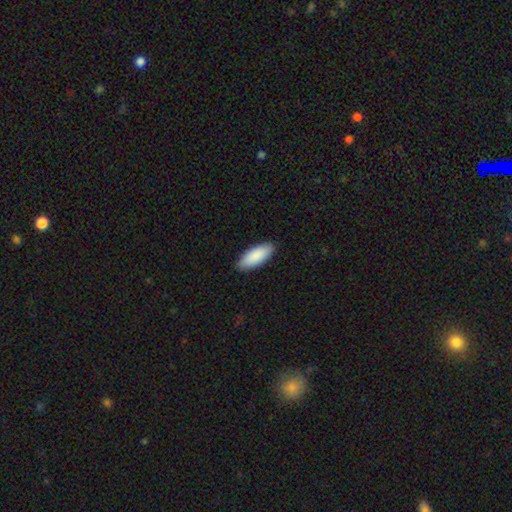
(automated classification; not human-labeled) Smooth or featured? smooth (90%)
How rounded? in between (80%)
Merging? none (90%)